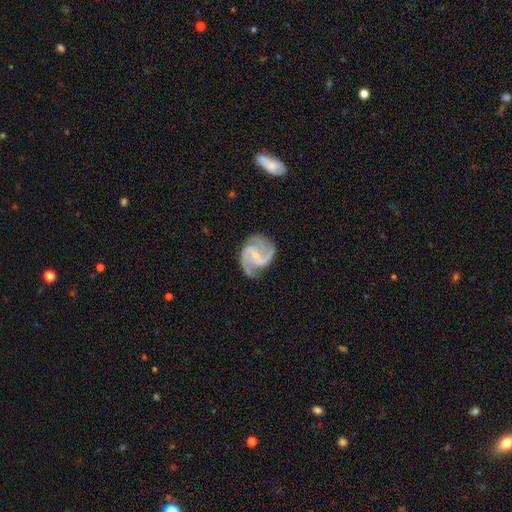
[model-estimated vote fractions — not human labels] Smooth or featured? featured or disk (91%)
Edge-on disk? no (98%)
Bar? weak (47%)
Spiral arms? yes (98%)
Spiral winding? medium (60%)
Spiral arm count? 2 (61%)
Bulge size? small (71%)
Merging? none (72%)